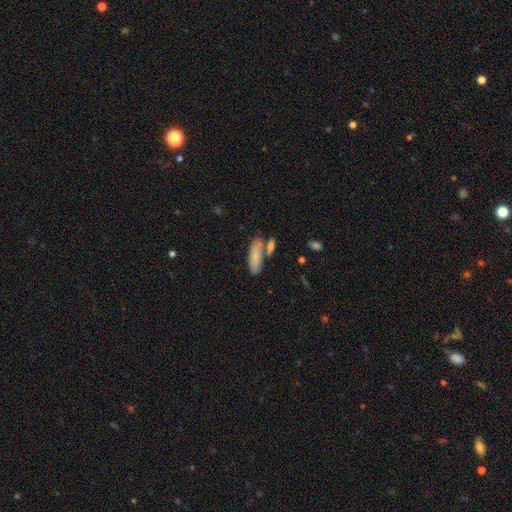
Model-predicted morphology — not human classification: This appears to be a smooth galaxy with no disk features (80%) that is in between round and cigar-shaped (58%). Merging: none (62%).